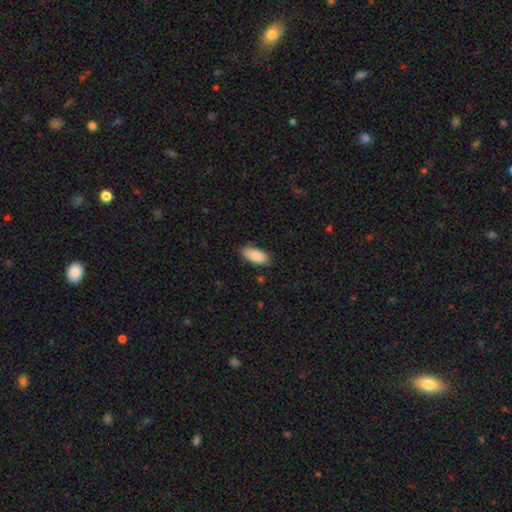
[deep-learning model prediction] Smooth or featured: smooth — 90% (star or artifact — 6%)
How rounded: in between — 89% (cigar-shaped — 10%)
Merging: none — 82% (minor disturbance — 15%)